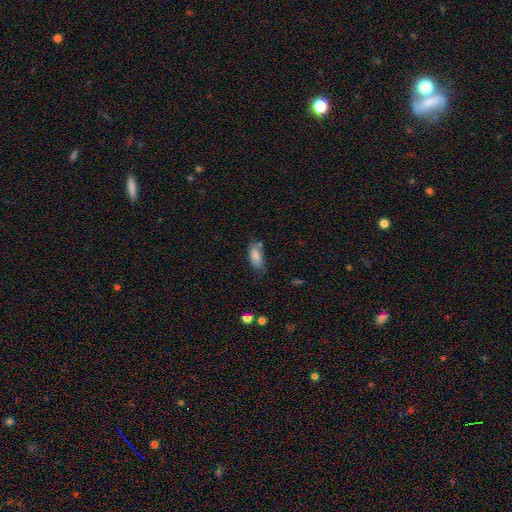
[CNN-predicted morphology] The model was most divided on "merging": none: 63%, minor disturbance: 23%, merger: 8%, major disturbance: 6%. More confident: how rounded — in between (86%); smooth or featured — smooth (83%).